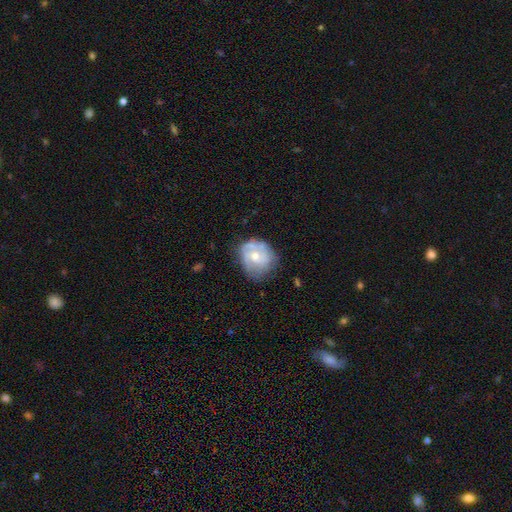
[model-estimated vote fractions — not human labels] This is possibly a featured or disk galaxy (56%). It is clearly not viewed edge-on (97%). Bar: likely no (78%). Spiral arm pattern: possibly yes (59%). Central bulge: likely moderate (62%). Merging: possibly none (54%).